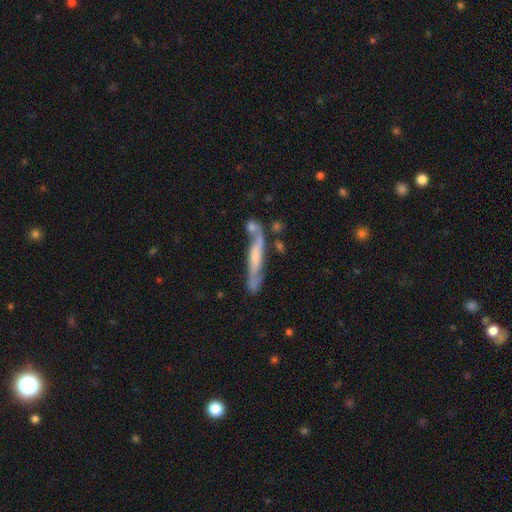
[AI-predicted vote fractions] This is likely a featured or disk galaxy (65%). It is likely viewed edge-on (71%). Merging: possibly none (59%).